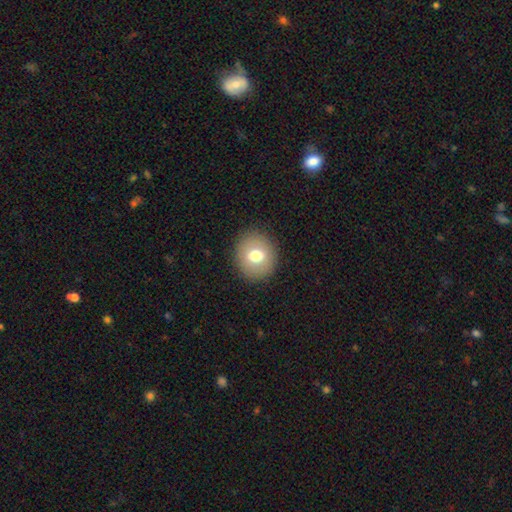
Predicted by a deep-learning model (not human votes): Smooth or featured? smooth (72%)
How rounded? round (80%)
Merging? none (90%)